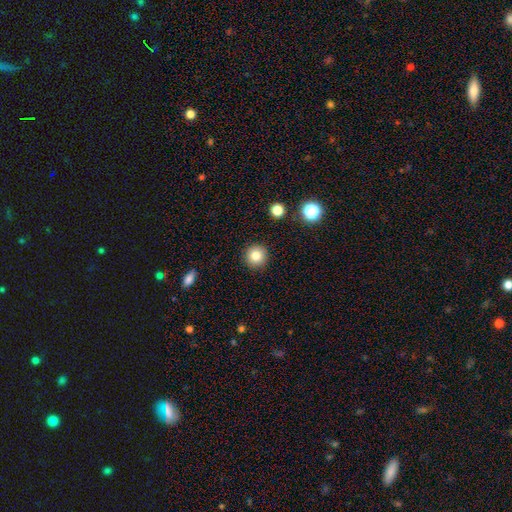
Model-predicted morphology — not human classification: smooth-or-featured: smooth: 82% | star or artifact: 11% | featured or disk: 7%
  how-rounded: round: 95% | in between: 4% | cigar-shaped: 1%
  merging: none: 91% | minor disturbance: 5% | major disturbance: 2% | merger: 1%